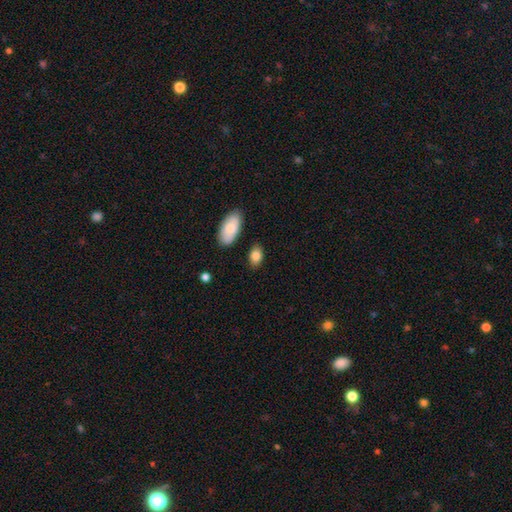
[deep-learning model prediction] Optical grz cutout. It shows a smooth galaxy with no disk features (86%) that is in between round and cigar-shaped (89%). Merging: none (81%).